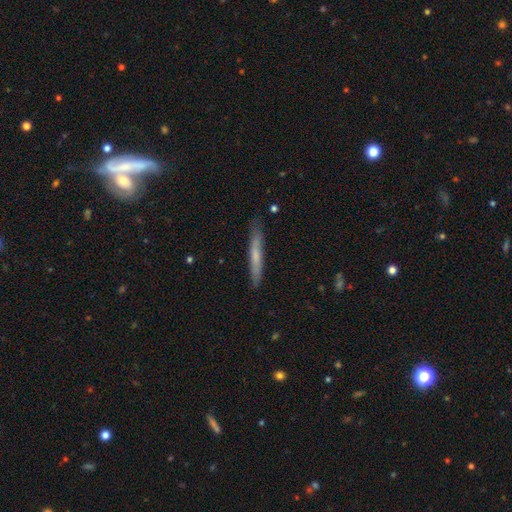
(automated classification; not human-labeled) Smooth or featured? Predicted: smooth (p=0.58). How rounded? Predicted: cigar-shaped (p=0.95). Merging? Predicted: none (p=0.84).